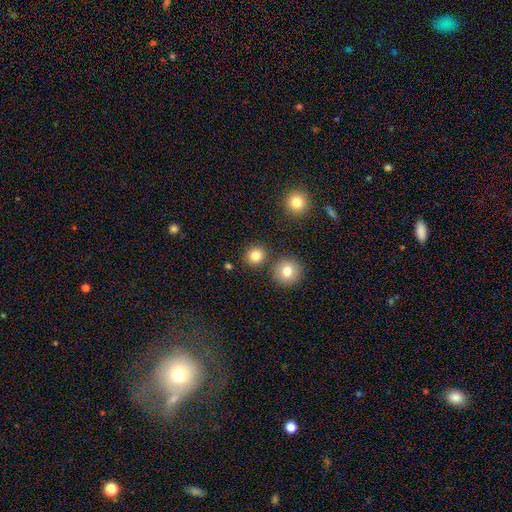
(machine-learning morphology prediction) Q: Smooth or featured?
A: smooth (82%); runner-up: star or artifact (12%)
Q: How rounded?
A: round (85%); runner-up: in between (14%)
Q: Merging?
A: none (81%); runner-up: merger (9%)